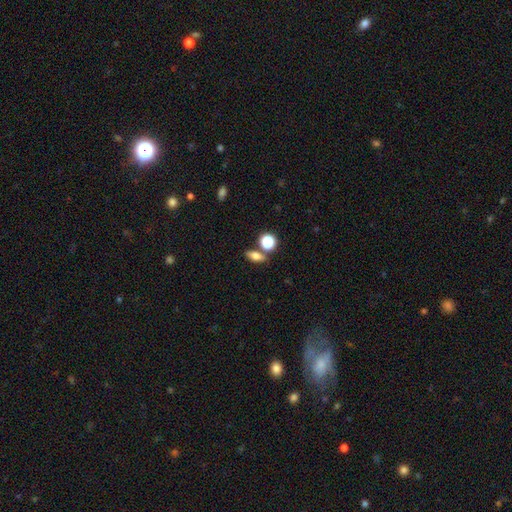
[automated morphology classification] The model was most divided on "how rounded": in between: 62%, round: 20%, cigar-shaped: 18%. More confident: merging — none (72%); smooth or featured — smooth (69%).